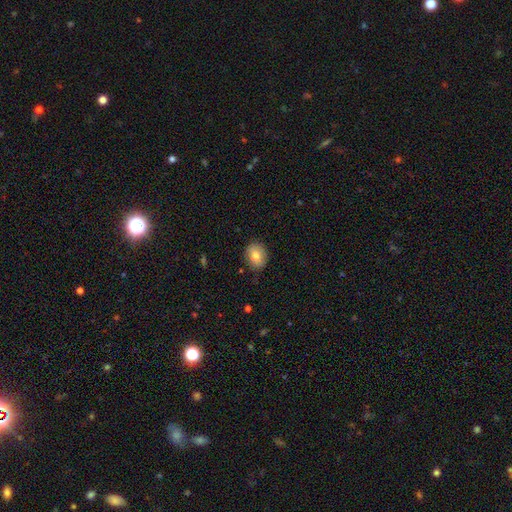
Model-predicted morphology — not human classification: smooth-or-featured: smooth: 78% | featured or disk: 13% | star or artifact: 8%
  how-rounded: in between: 51% | round: 48% | cigar-shaped: 1%
  merging: none: 83% | minor disturbance: 13% | major disturbance: 3% | merger: 1%